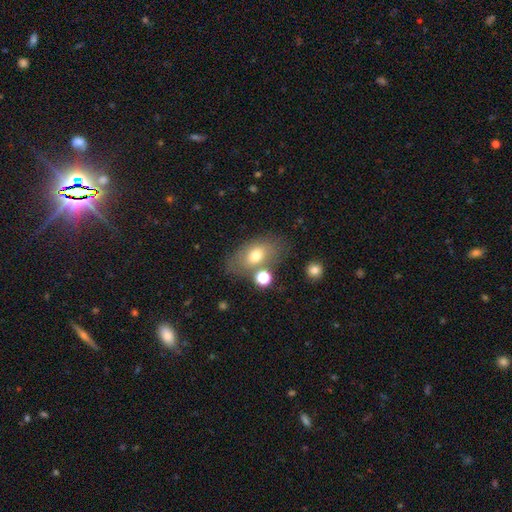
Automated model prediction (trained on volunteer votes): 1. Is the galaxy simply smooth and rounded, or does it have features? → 67% smooth, 22% featured or disk, 10% star or artifact.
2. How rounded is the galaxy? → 85% in between, 13% round, 2% cigar-shaped.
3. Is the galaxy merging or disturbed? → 64% none, 17% minor disturbance, 12% merger, 8% major disturbance.